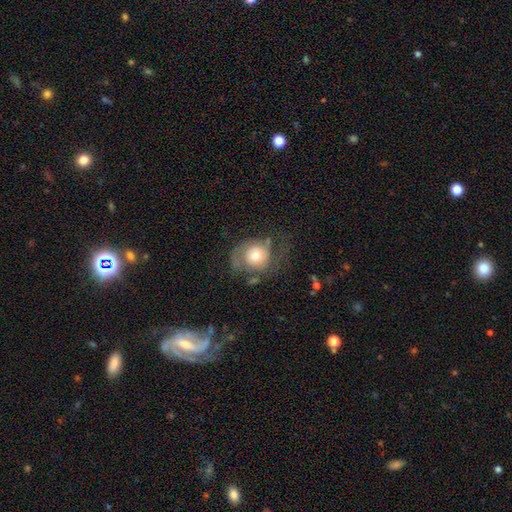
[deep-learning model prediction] Smooth or featured? Predicted: smooth (p=0.51). How rounded? Predicted: round (p=0.72). Merging? Predicted: none (p=0.42).